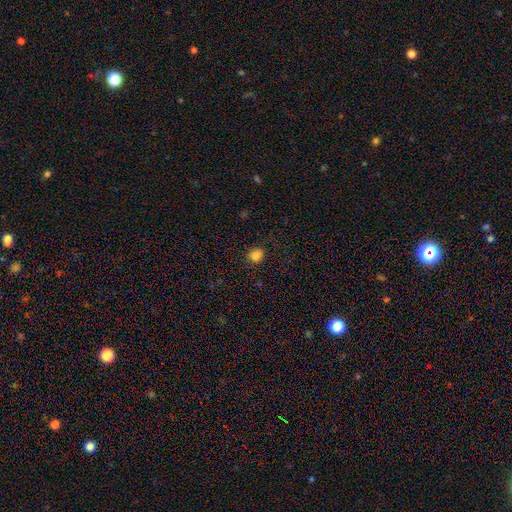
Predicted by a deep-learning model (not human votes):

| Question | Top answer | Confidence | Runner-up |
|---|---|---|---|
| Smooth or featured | smooth | 83% | star or artifact (14%) |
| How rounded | round | 59% | in between (40%) |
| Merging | none | 80% | minor disturbance (14%) |